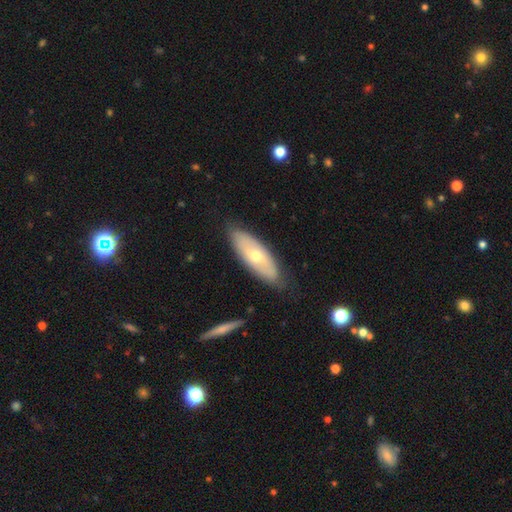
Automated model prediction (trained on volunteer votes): smooth_or_featured: smooth (p=0.48) [alt: featured or disk p=0.47]
merging: none (p=0.81) [alt: minor disturbance p=0.15]